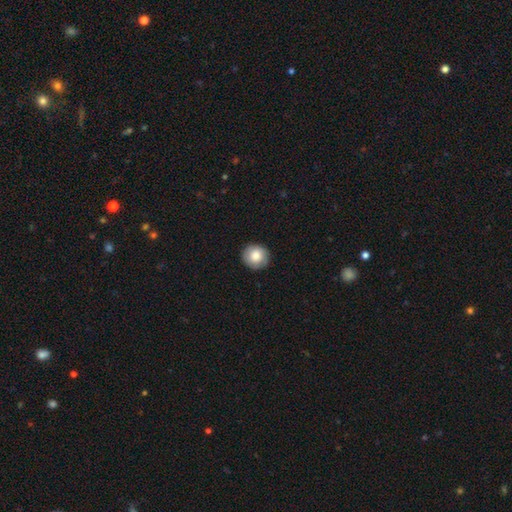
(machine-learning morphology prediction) Smooth or featured?
  - smooth: 82% *
  - featured or disk: 11%
  - star or artifact: 7%
How rounded?
  - round: 91% *
  - in between: 8%
  - cigar-shaped: 1%
Merging?
  - none: 88% *
  - minor disturbance: 9%
  - major disturbance: 2%
  - merger: 1%